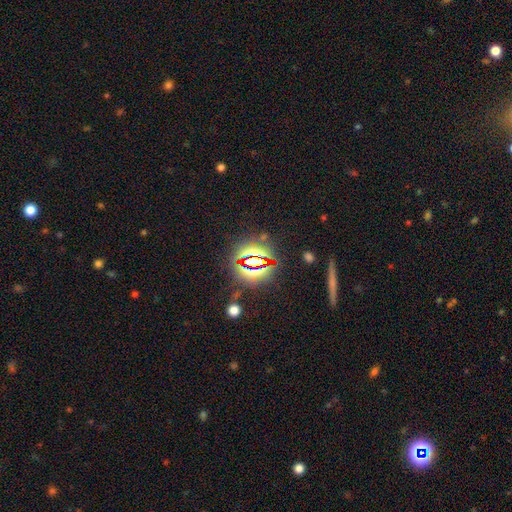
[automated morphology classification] smooth_or_featured: star or artifact (p=0.78) [alt: smooth p=0.12]